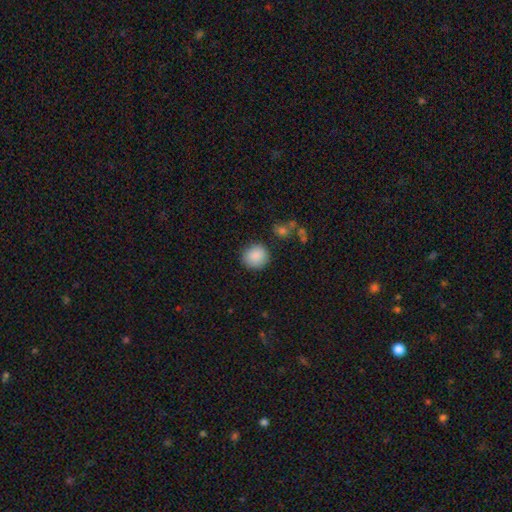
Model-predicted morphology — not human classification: type=smooth (89%); roundness=round (88%); merging=none (87%).